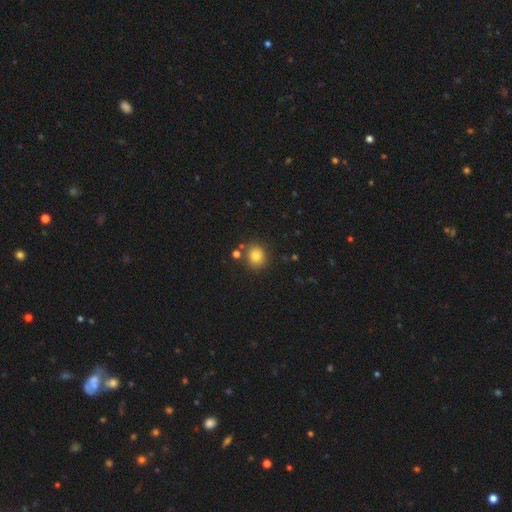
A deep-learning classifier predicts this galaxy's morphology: Smooth or featured: smooth — 82% (star or artifact — 12%)
How rounded: round — 78% (in between — 21%)
Merging: none — 80% (minor disturbance — 9%)